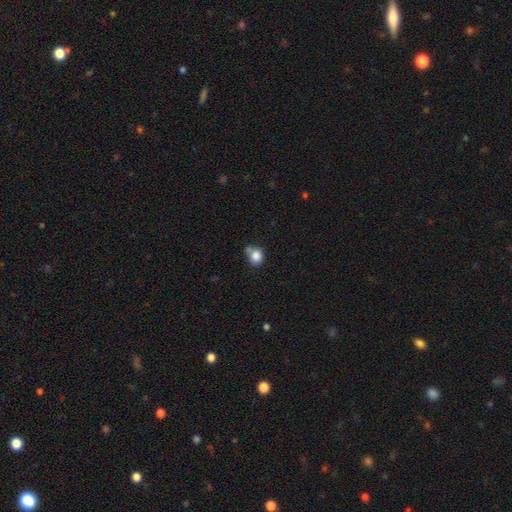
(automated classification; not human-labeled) A smooth galaxy with no disk features (84%) that is round (66%). Merging: none (54%).